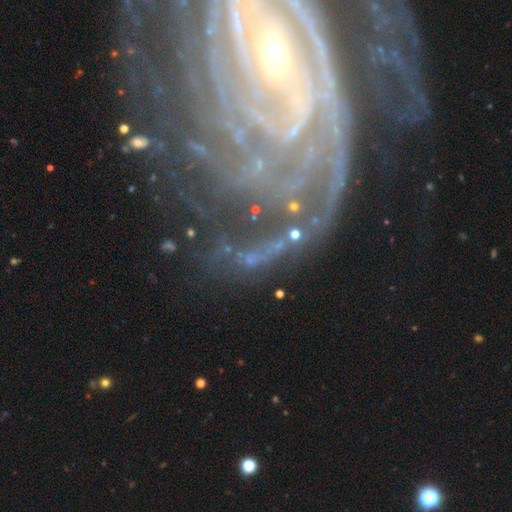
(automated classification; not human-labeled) This is likely a featured or disk galaxy (71%). It is clearly not viewed edge-on (93%). Bar: possibly no (45%). Spiral arm pattern: clearly yes (87%). Spiral arm count: marginally can't tell (26%). Spiral winding: possibly tight (56%). Central bulge: likely small (62%). Merging: possibly none (58%).